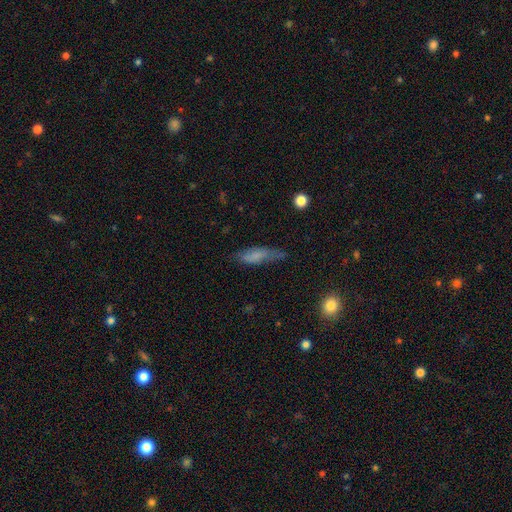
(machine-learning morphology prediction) This is likely a smooth galaxy (64%). How rounded: possibly cigar-shaped (51%). Merging: possibly none (54%).